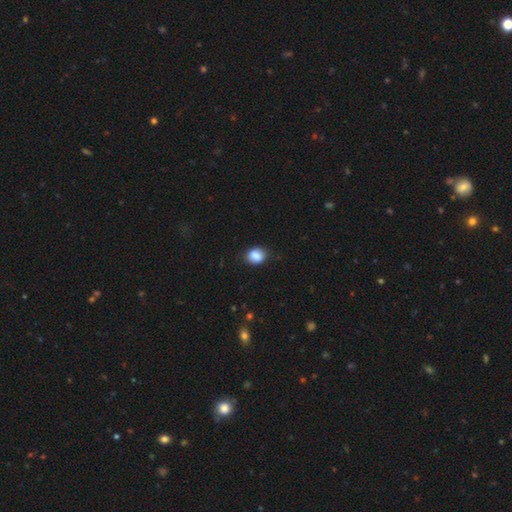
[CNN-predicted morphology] A smooth galaxy with no disk features (88%) that is round (51%).

Vote fractions:
- Smooth or featured? smooth: 88% / star or artifact: 8% / featured or disk: 4%
- How rounded? round: 51% / in between: 48% / cigar-shaped: 1%
- Merging? none: 80% / minor disturbance: 15% / major disturbance: 3% / merger: 1%